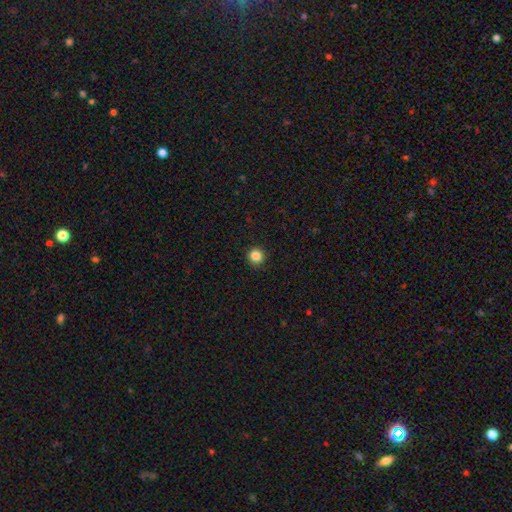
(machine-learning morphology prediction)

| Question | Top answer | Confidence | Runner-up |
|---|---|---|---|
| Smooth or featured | smooth | 86% | star or artifact (11%) |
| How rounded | round | 93% | in between (6%) |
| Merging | none | 92% | minor disturbance (5%) |